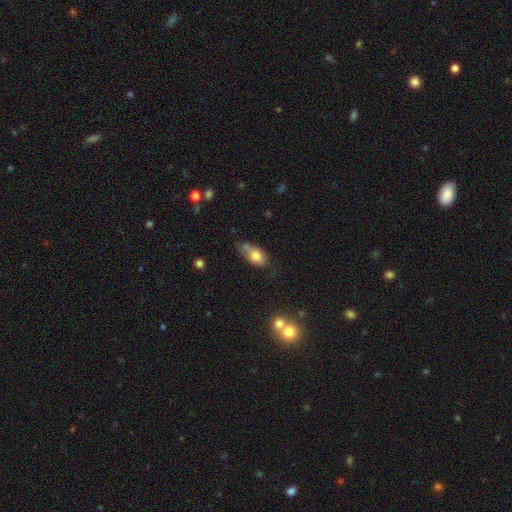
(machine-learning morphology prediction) Smooth or featured? Predicted: smooth (p=0.77). How rounded? Predicted: in between (p=0.85). Merging? Predicted: none (p=0.43).